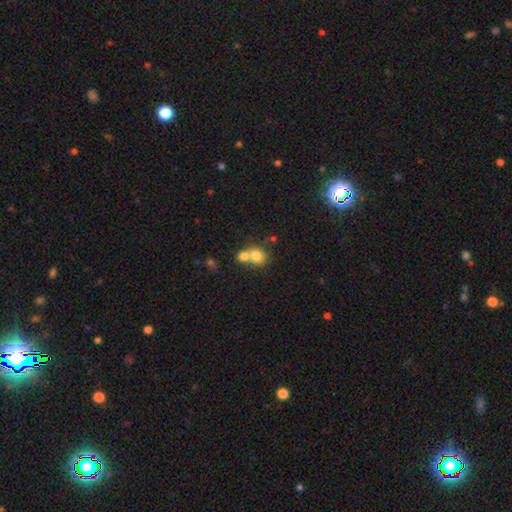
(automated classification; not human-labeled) smooth_or_featured: smooth (p=0.77) [alt: featured or disk p=0.13]
how_rounded: round (p=0.71) [alt: in between p=0.28]
merging: merger (p=0.59) [alt: none p=0.32]